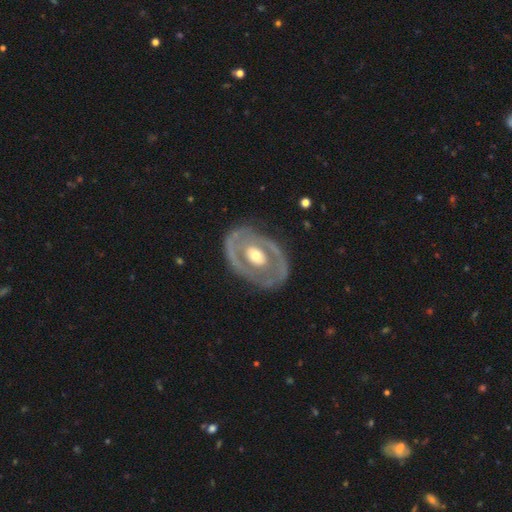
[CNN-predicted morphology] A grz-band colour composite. It shows a featured or disk galaxy (75%) with no bar (69%), no spiral arms (54%) and a moderate central bulge (65%). Merging: none (76%).